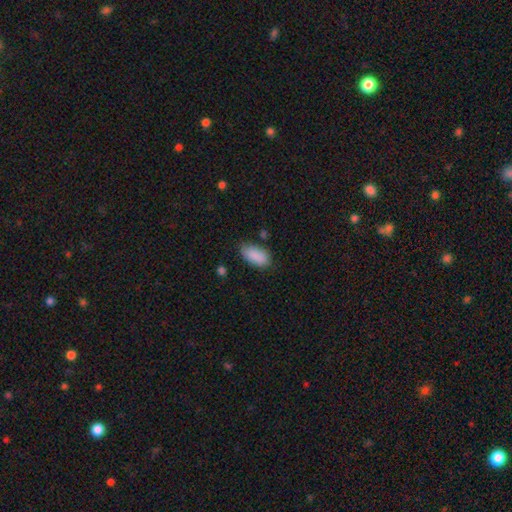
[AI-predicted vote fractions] smooth-or-featured: smooth: 89% | star or artifact: 7% | featured or disk: 4%
  how-rounded: in between: 93% | cigar-shaped: 4% | round: 3%
  merging: none: 75% | minor disturbance: 19% | major disturbance: 4% | merger: 2%